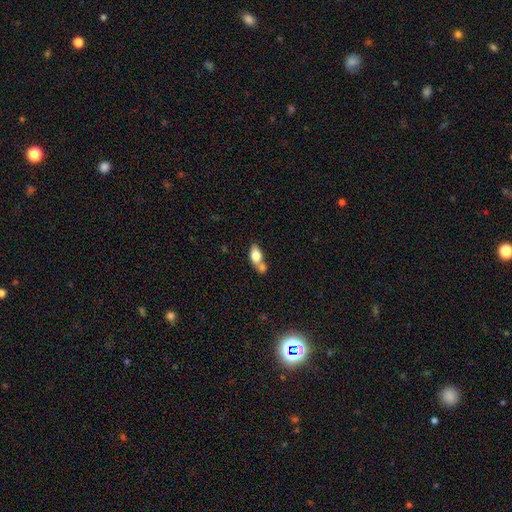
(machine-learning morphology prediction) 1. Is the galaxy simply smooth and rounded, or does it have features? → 75% smooth, 17% featured or disk, 7% star or artifact.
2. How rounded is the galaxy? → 84% in between, 9% cigar-shaped, 7% round.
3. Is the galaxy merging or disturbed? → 49% merger, 34% none, 12% minor disturbance, 5% major disturbance.